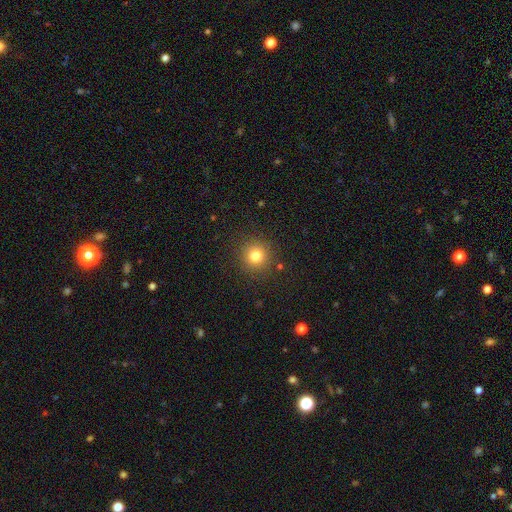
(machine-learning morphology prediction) smooth_or_featured: smooth (p=0.79) [alt: star or artifact p=0.14]
how_rounded: round (p=0.94) [alt: in between p=0.05]
merging: none (p=0.89) [alt: minor disturbance p=0.06]